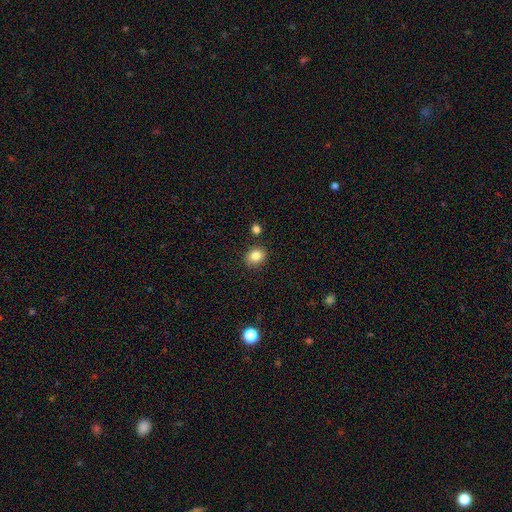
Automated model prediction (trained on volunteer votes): Overall: smooth (83%). How rounded: round (62%; in between 37%). Merging: none (84%).